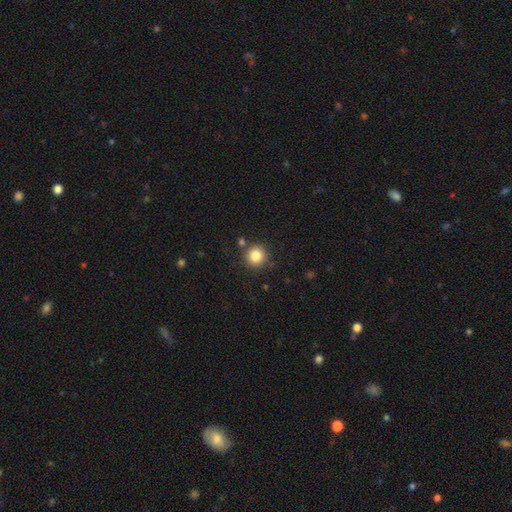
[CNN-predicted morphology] smooth_or_featured: smooth (p=0.83) [alt: star or artifact p=0.11]
how_rounded: round (p=0.93) [alt: in between p=0.06]
merging: none (p=0.84) [alt: minor disturbance p=0.08]